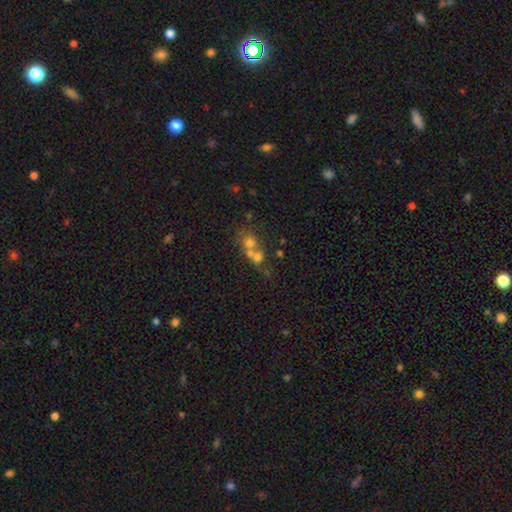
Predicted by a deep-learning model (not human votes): smooth-or-featured: smooth: 50% | featured or disk: 27% | star or artifact: 23%
  how-rounded: round: 78% | in between: 20% | cigar-shaped: 2%
  merging: merger: 59% | none: 31% | minor disturbance: 6% | major disturbance: 4%